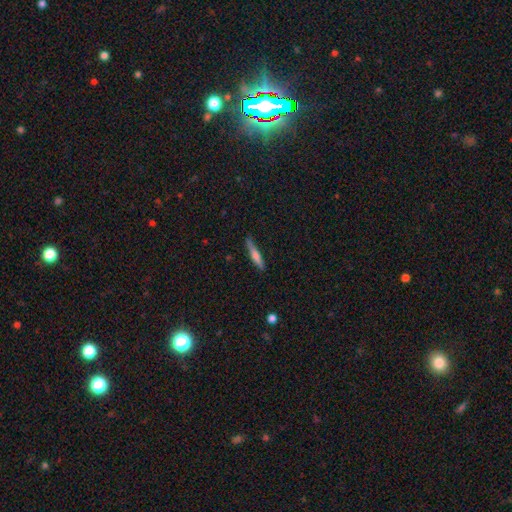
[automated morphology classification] This appears to be a smooth galaxy with no disk features (54%) that is cigar-shaped (91%). Merging: none (84%).